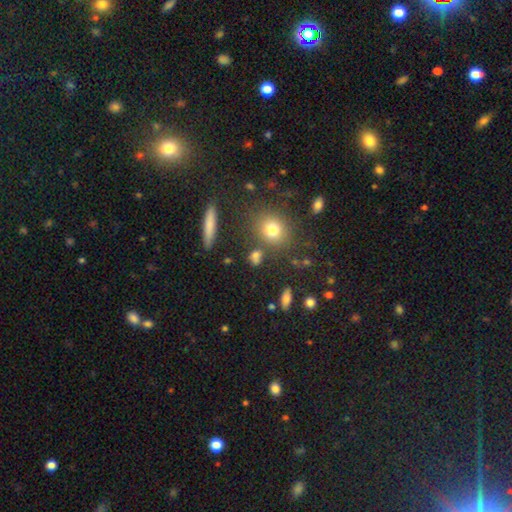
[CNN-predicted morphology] type=smooth (71%); roundness=round (56%); merging=none (72%).